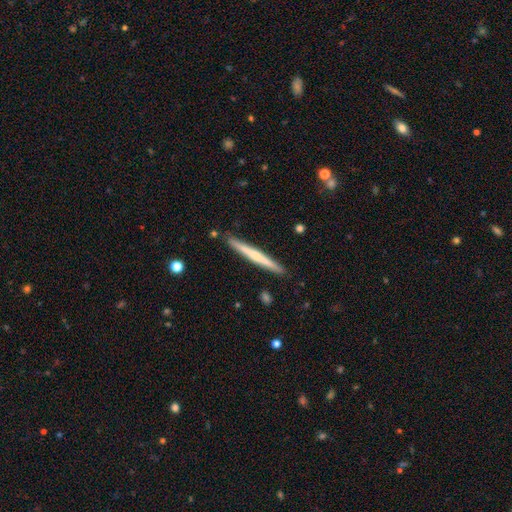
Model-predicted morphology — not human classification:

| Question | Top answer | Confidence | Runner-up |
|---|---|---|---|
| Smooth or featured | smooth | 48% | featured or disk (46%) |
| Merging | none | 91% | minor disturbance (7%) |